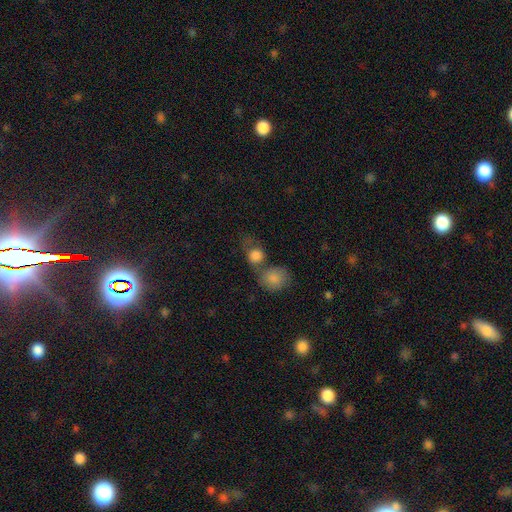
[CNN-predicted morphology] This is clearly a smooth galaxy (82%). How rounded: likely round (73%). Merging: possibly merger (47%).